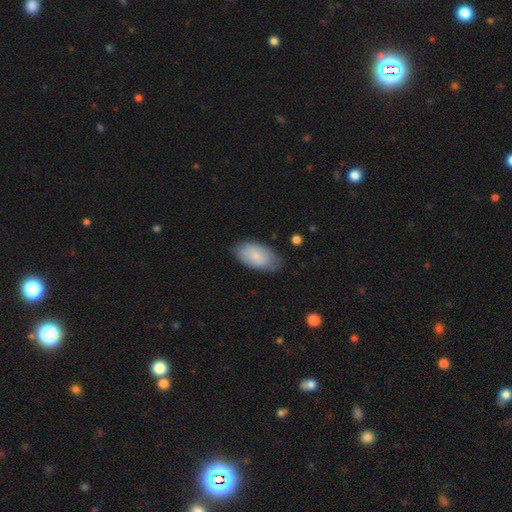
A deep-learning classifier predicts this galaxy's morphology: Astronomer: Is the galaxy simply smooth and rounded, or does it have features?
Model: smooth — 80%.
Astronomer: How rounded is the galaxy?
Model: in between — 95%.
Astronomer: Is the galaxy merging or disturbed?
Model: none — 72%.